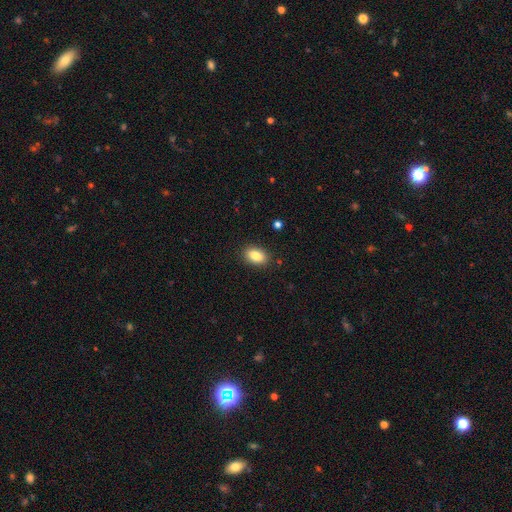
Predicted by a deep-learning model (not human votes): smooth 86%, star or artifact 8%, featured or disk 6%. Down the decision tree: how rounded — in between (88%); merging — none (88%).